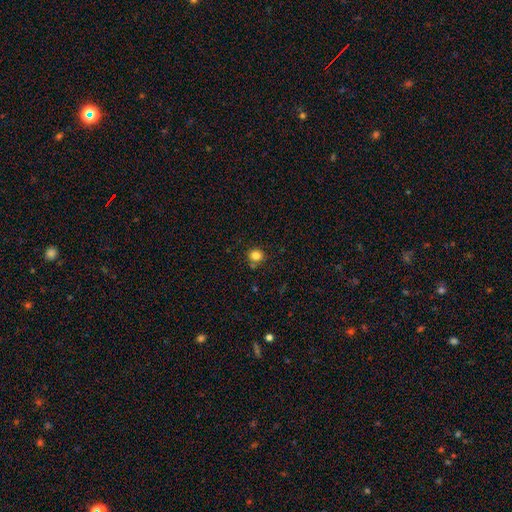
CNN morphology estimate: Smooth or featured? smooth (82%)
How rounded? round (88%)
Merging? none (80%)